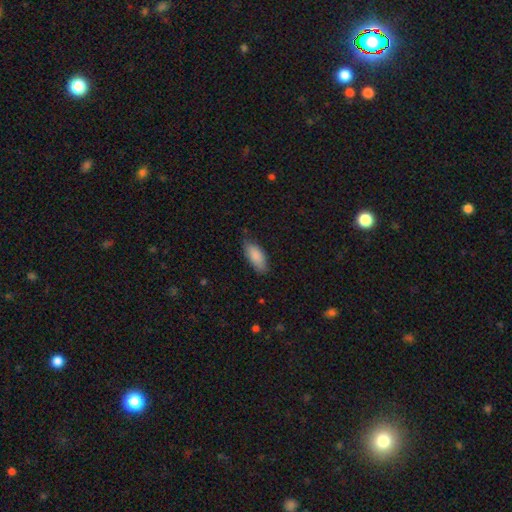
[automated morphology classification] This appears to be a smooth galaxy with no disk features (87%) that is in between round and cigar-shaped (82%). Merging: none (73%).